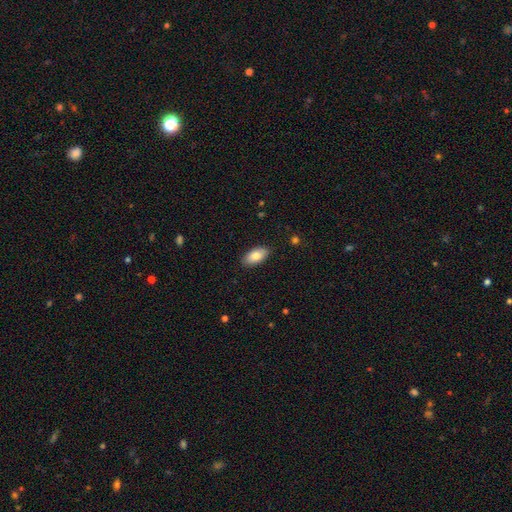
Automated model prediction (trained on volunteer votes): This appears to be a smooth galaxy with no disk features (82%) that is in between round and cigar-shaped (92%). Merging: none (88%).